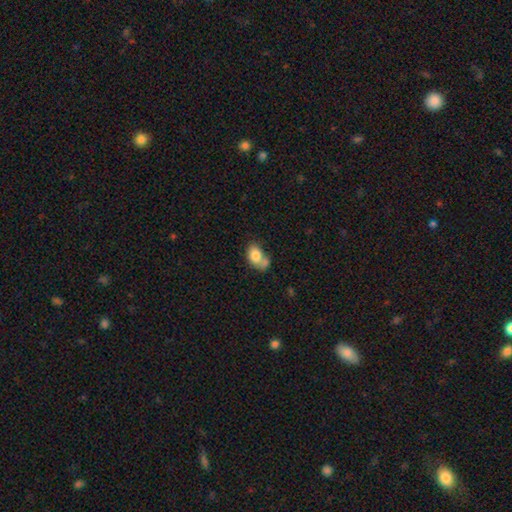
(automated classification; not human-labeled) This appears to be a smooth galaxy with no disk features (79%) that is in between round and cigar-shaped (80%). Merging: merger (42%).